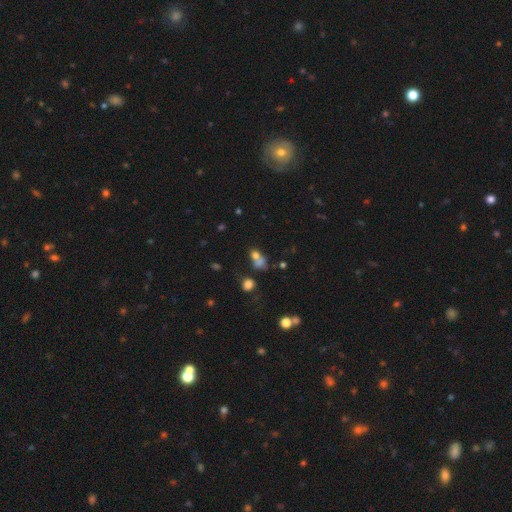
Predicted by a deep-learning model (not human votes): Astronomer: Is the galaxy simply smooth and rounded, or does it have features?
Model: smooth — 67%.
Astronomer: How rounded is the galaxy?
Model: in between — 49% (runner-up: round, 48%).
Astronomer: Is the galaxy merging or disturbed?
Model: merger — 49% (runner-up: none, 31%).